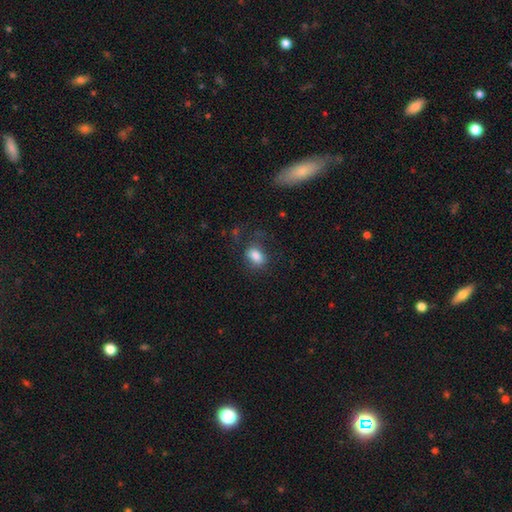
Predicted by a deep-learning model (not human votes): This appears to be a smooth galaxy with no disk features (81%) that is in between round and cigar-shaped (75%). Merging: none (63%).